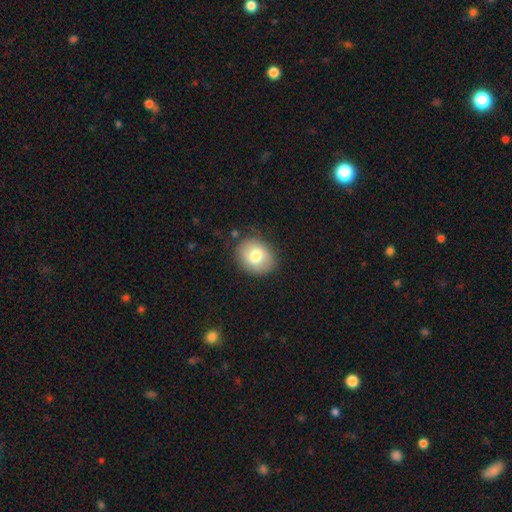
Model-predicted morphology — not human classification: smooth-or-featured: smooth: 74% | featured or disk: 18% | star or artifact: 8%
  how-rounded: round: 56% | in between: 43% | cigar-shaped: 1%
  merging: none: 82% | minor disturbance: 13% | major disturbance: 3% | merger: 2%